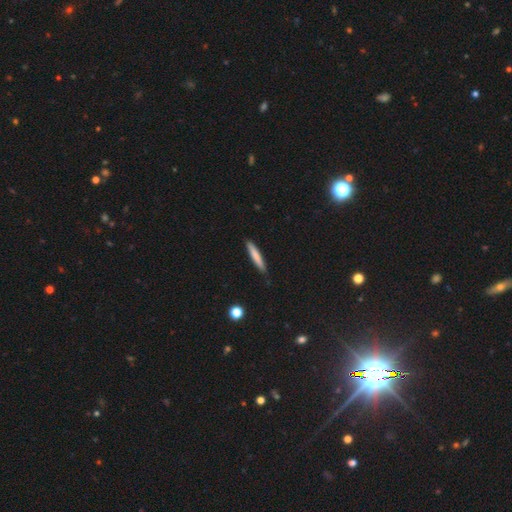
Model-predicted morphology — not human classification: smooth 77%, featured or disk 17%, star or artifact 6%. Down the decision tree: how rounded — cigar-shaped (94%); merging — none (87%).